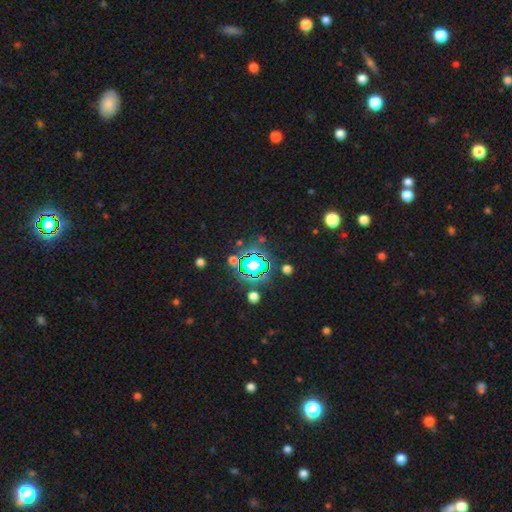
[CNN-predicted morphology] The model was most divided on "smooth or featured": star or artifact: 64%, smooth: 25%, featured or disk: 10%.